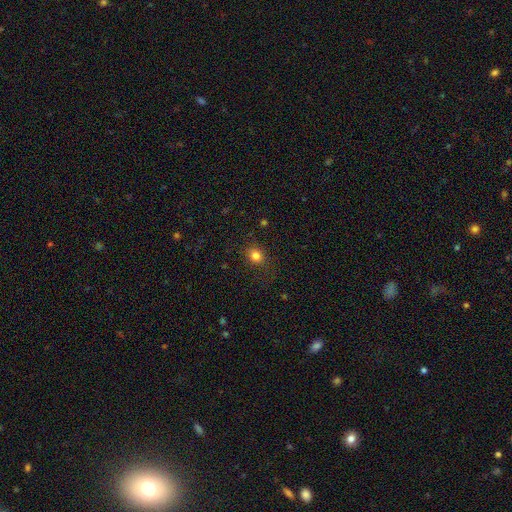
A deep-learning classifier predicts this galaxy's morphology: This appears to be a smooth galaxy with no disk features (82%) that is round (69%). Merging: none (82%).